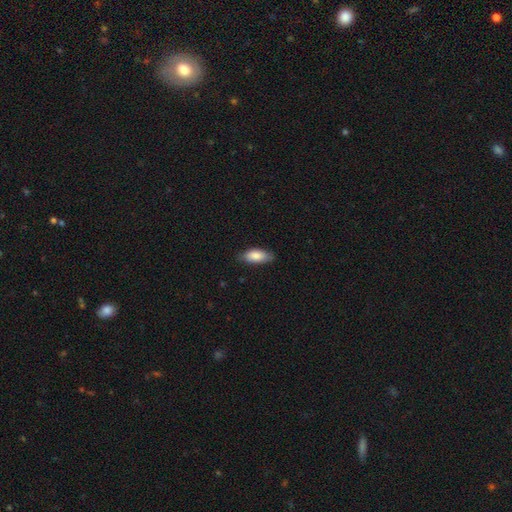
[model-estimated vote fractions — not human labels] Overall: smooth (83%). How rounded: in between (86%). Merging: none (77%).